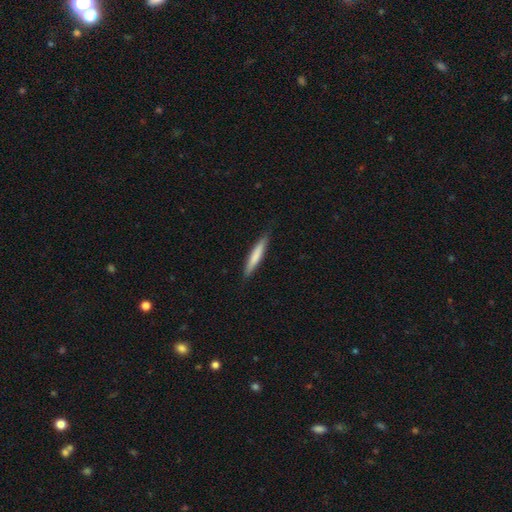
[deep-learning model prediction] Q: Smooth or featured?
A: smooth (74%); runner-up: featured or disk (21%)
Q: How rounded?
A: cigar-shaped (93%); runner-up: in between (6%)
Q: Merging?
A: none (88%); runner-up: minor disturbance (10%)